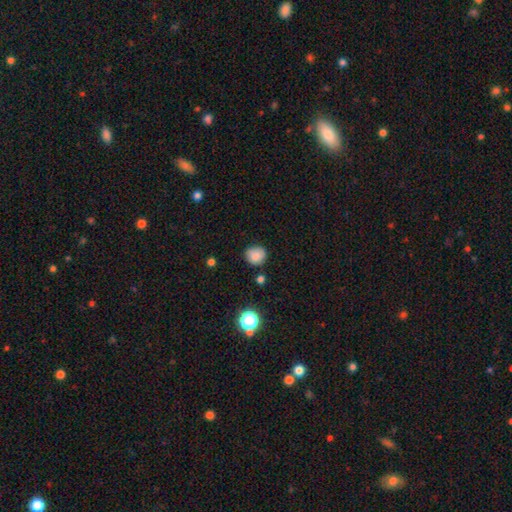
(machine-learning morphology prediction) Smooth or featured? smooth (83%)
How rounded? round (85%)
Merging? none (76%)